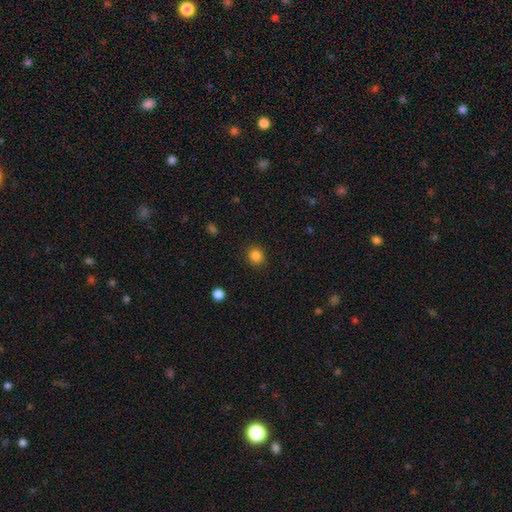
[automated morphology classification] smooth-or-featured: smooth: 84% | star or artifact: 12% | featured or disk: 4%
  how-rounded: round: 80% | in between: 19% | cigar-shaped: 1%
  merging: none: 90% | minor disturbance: 7% | major disturbance: 2% | merger: 1%